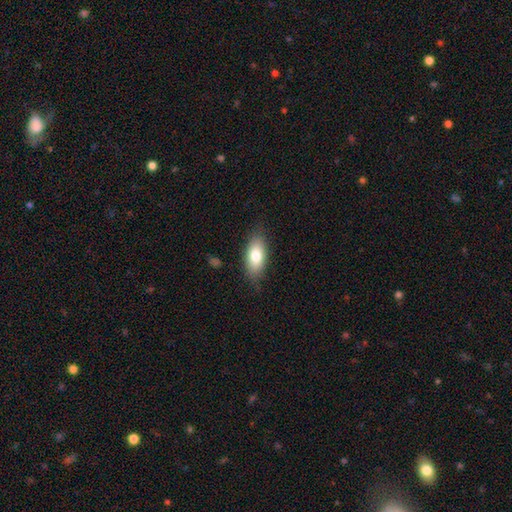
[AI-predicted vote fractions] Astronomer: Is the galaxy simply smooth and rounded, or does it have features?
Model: smooth — 78%.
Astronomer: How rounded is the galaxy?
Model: in between — 86%.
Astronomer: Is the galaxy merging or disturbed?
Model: none — 81%.